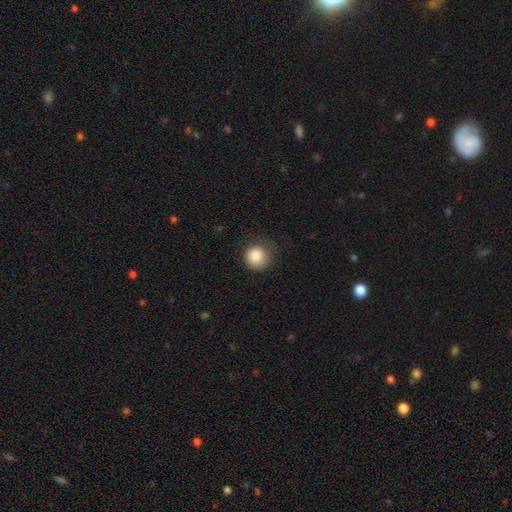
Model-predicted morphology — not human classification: Smooth or featured? Predicted: smooth (p=0.84). How rounded? Predicted: round (p=0.91). Merging? Predicted: none (p=0.70).